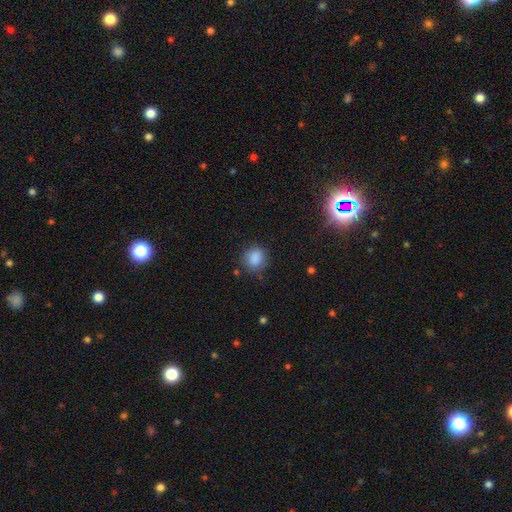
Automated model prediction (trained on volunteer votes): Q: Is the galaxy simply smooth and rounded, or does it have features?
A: smooth — 83%.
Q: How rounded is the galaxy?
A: round — 70%.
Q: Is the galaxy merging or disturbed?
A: none — 78%.